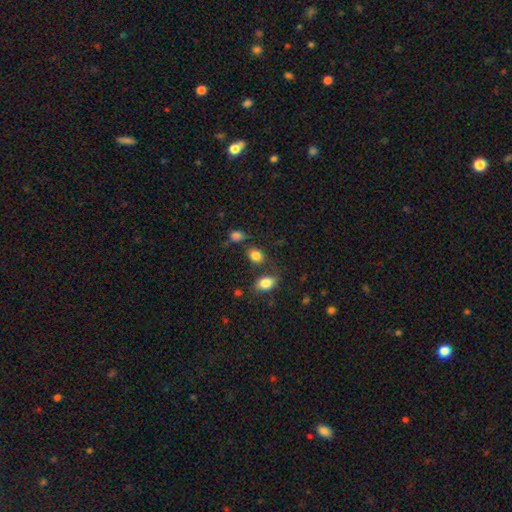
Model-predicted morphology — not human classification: A smooth galaxy with no disk features (84%) that is in between round and cigar-shaped (67%).

Vote fractions:
- Smooth or featured? smooth: 84% / star or artifact: 11% / featured or disk: 6%
- How rounded? in between: 67% / round: 32% / cigar-shaped: 1%
- Merging? none: 68% / minor disturbance: 15% / merger: 11% / major disturbance: 5%